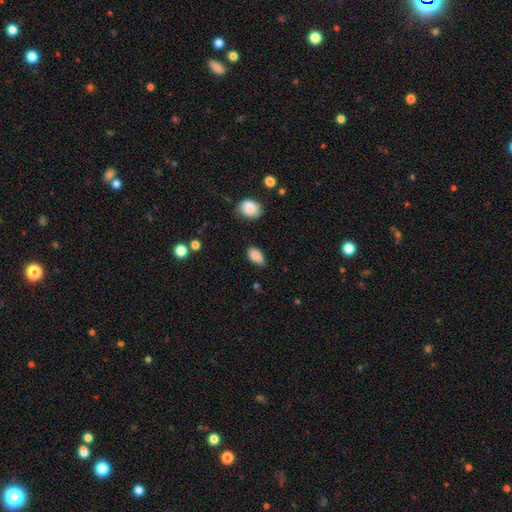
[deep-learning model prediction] Smooth or featured? Predicted: smooth (p=0.87). How rounded? Predicted: in between (p=0.92). Merging? Predicted: none (p=0.72).